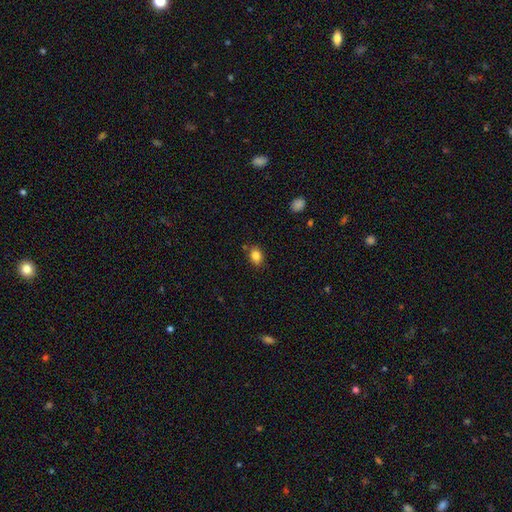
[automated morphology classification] smooth_or_featured: smooth (p=0.84) [alt: star or artifact p=0.10]
how_rounded: in between (p=0.63) [alt: round p=0.36]
merging: none (p=0.80) [alt: minor disturbance p=0.14]